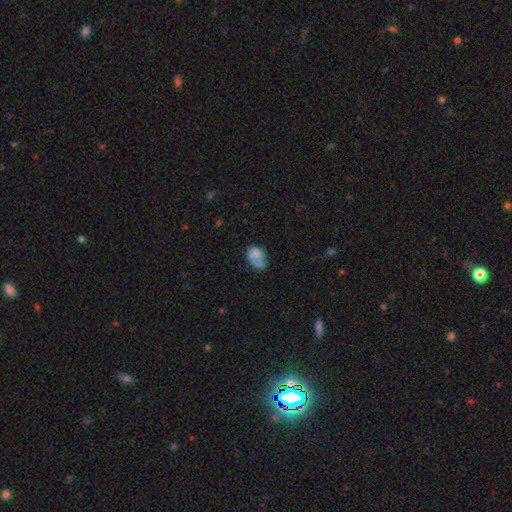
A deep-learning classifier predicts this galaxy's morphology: Smooth or featured? Predicted: smooth (p=0.67). How rounded? Predicted: in between (p=0.74). Merging? Predicted: none (p=0.41).